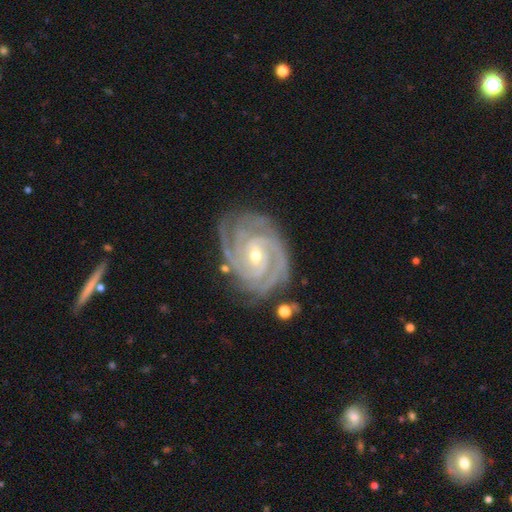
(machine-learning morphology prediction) Smooth or featured?
  - featured or disk: 93% *
  - star or artifact: 4%
  - smooth: 3%
Edge-on disk?
  - no: 98% *
  - yes: 2%
Bar?
  - no: 44% *
  - weak: 40%
  - strong: 16%
Spiral arms?
  - yes: 99% *
  - no: 1%
Spiral winding?
  - tight: 77% *
  - medium: 21%
  - loose: 2%
Spiral arm count?
  - 3: 35% *
  - 4: 21%
  - 2: 20%
  - can't tell: 11%
  - more than 4: 6%
  - 1: 6%
Bulge size?
  - small: 58% *
  - moderate: 39%
  - large: 1%
  - none: 1%
  - dominant: 1%
Merging?
  - none: 76% *
  - minor disturbance: 17%
  - major disturbance: 5%
  - merger: 2%